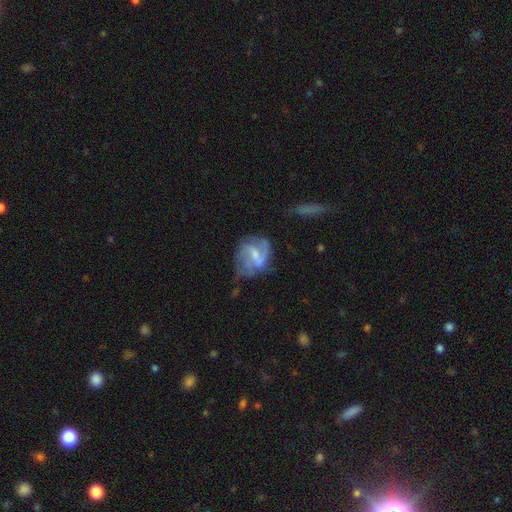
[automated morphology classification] A featured or disk galaxy (74%) with a weak bar (56%), 2 (61%) medium (46%) spiral arms (86%) and a small central bulge (42%).

Vote fractions:
- Smooth or featured? featured or disk: 74% / smooth: 19% / star or artifact: 7%
- Edge-on disk? no: 97% / yes: 3%
- Bar? weak: 56% / no: 22% / strong: 22%
- Spiral arms? yes: 86% / no: 14%
- Spiral winding? medium: 46% / loose: 32% / tight: 21%
- Spiral arm count? 2: 61% / can't tell: 17% / 3: 12% / 1: 6% / 4: 3% / more than 4: 2%
- Bulge size? small: 42% / moderate: 37% / none: 16% / large: 3% / dominant: 1%
- Merging? none: 46% / minor disturbance: 28% / major disturbance: 23% / merger: 4%